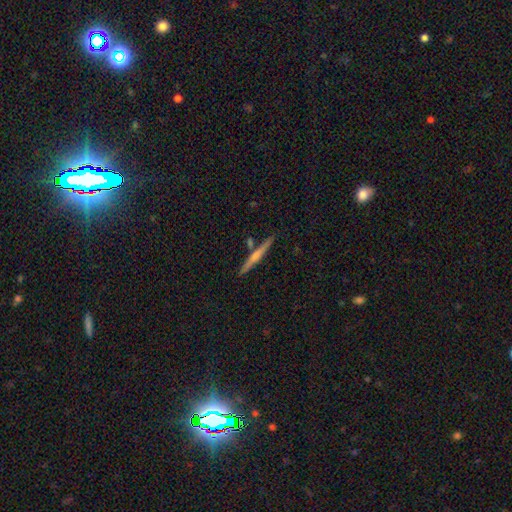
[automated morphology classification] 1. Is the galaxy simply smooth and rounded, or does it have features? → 48% featured or disk, 46% smooth, 6% star or artifact.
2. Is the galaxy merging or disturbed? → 82% none, 9% minor disturbance, 7% merger, 2% major disturbance.